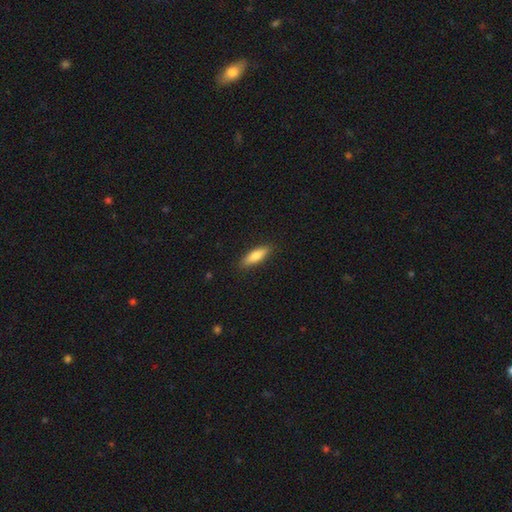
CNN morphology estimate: Q: Smooth or featured?
A: smooth (78%); runner-up: featured or disk (16%)
Q: How rounded?
A: cigar-shaped (51%); runner-up: in between (47%)
Q: Merging?
A: none (88%); runner-up: minor disturbance (9%)